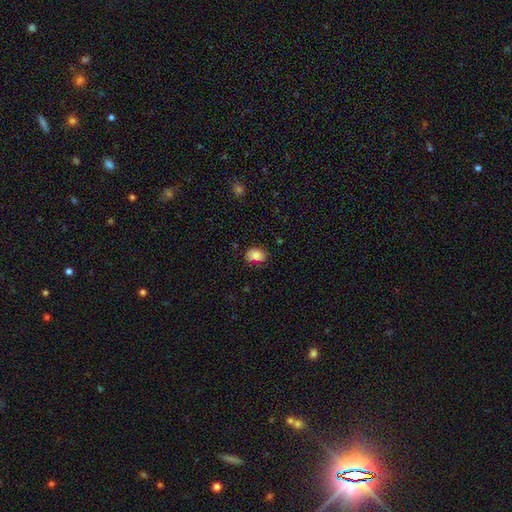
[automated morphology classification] This is clearly a smooth galaxy (84%). How rounded: likely in between (68%). Merging: likely none (72%).